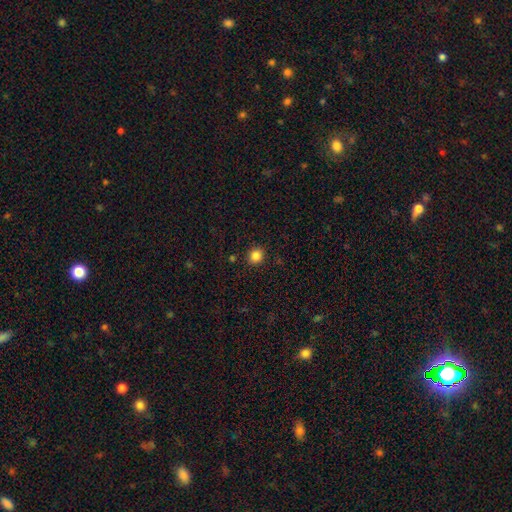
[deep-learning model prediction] A smooth galaxy with no disk features (85%) that is round (83%). Merging: none (89%).